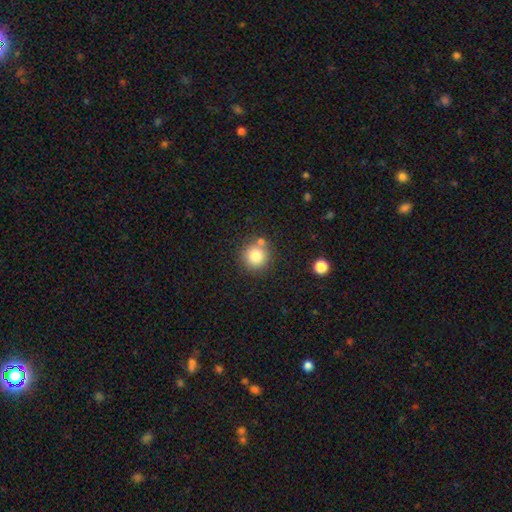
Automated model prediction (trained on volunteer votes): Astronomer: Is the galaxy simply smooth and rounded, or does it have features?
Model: smooth — 81%.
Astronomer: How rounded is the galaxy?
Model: round — 94%.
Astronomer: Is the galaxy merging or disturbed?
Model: none — 77%.